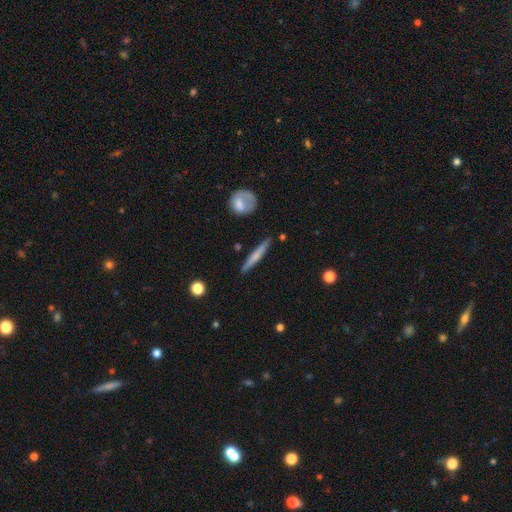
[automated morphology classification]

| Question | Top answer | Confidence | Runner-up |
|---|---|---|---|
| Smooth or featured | smooth | 54% | featured or disk (40%) |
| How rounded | cigar-shaped | 93% | in between (4%) |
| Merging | none | 87% | minor disturbance (9%) |